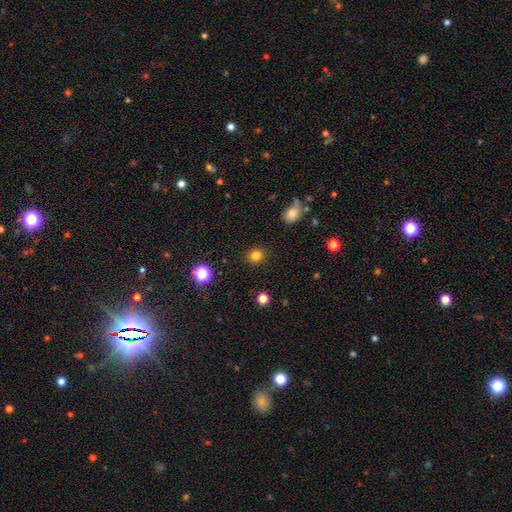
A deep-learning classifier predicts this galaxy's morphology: smooth-or-featured: smooth: 81% | star or artifact: 14% | featured or disk: 5%
  how-rounded: round: 72% | in between: 27% | cigar-shaped: 1%
  merging: none: 89% | minor disturbance: 7% | major disturbance: 3% | merger: 2%